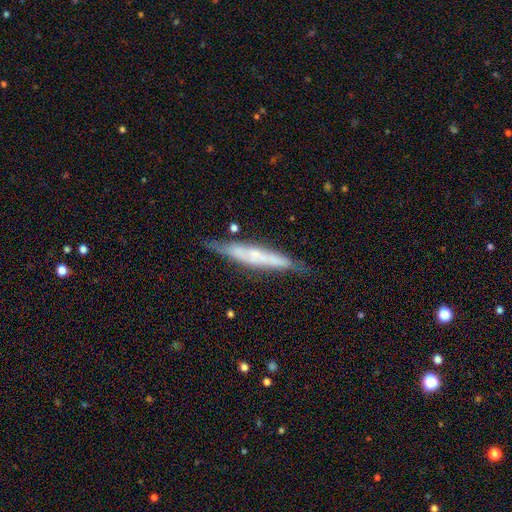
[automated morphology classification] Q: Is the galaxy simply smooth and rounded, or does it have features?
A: featured or disk — 60%.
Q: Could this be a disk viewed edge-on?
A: yes — 78%.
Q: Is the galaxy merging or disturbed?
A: none — 71%.